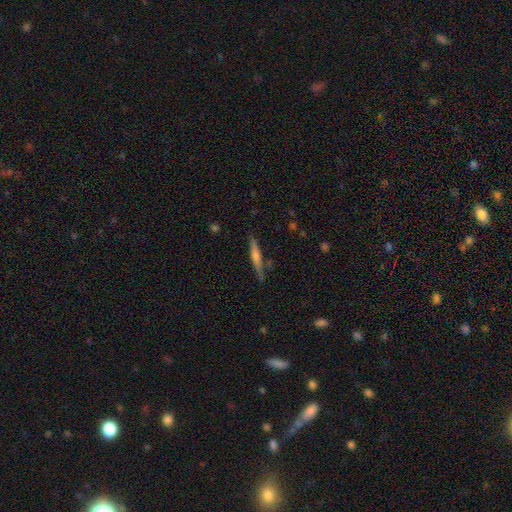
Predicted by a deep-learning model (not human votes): Morphology: type=featured or disk (50%); merging=none (82%).